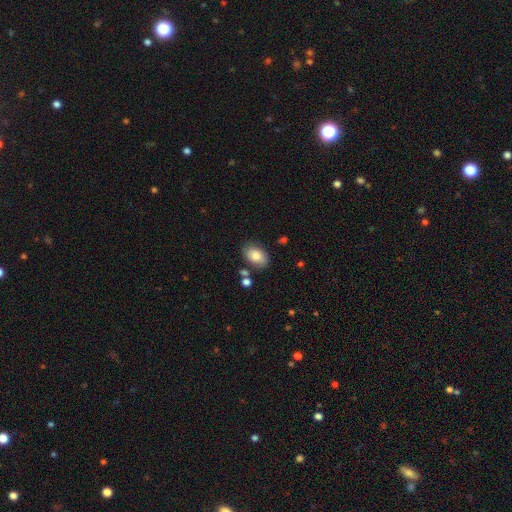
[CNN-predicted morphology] Overall: smooth (81%). How rounded: in between (87%). Merging: none (79%).